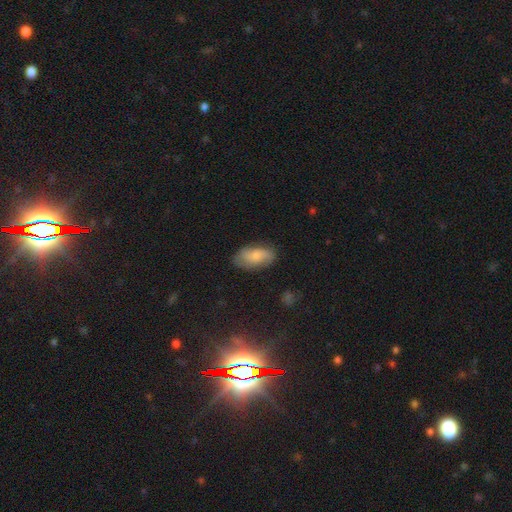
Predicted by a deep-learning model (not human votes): Morphology: type=smooth (64%); roundness=in between (92%); merging=none (74%).